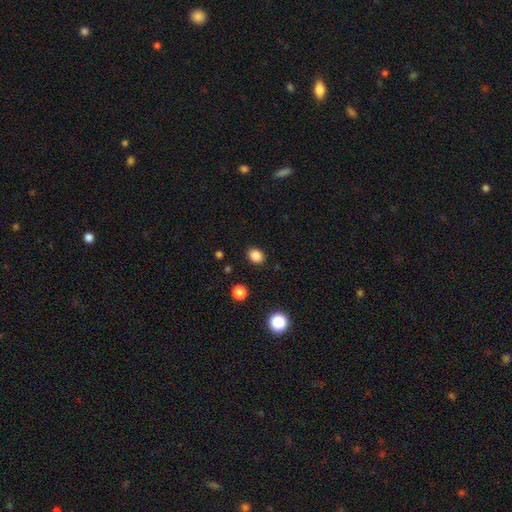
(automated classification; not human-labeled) Smooth or featured?
  - smooth: 85% *
  - star or artifact: 11%
  - featured or disk: 4%
How rounded?
  - in between: 57% *
  - round: 42%
  - cigar-shaped: 1%
Merging?
  - none: 88% *
  - minor disturbance: 8%
  - major disturbance: 2%
  - merger: 1%